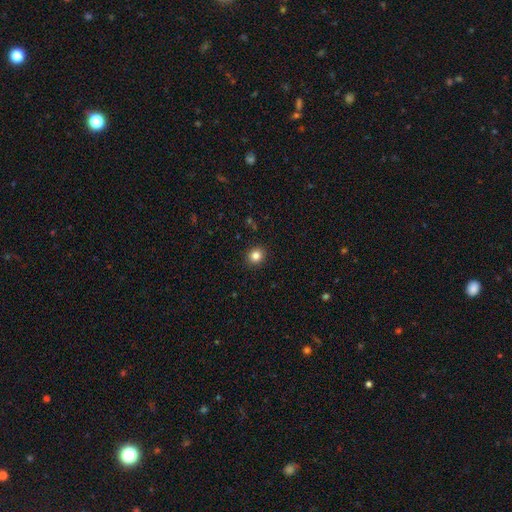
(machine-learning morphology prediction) Smooth or featured? Predicted: smooth (p=0.84). How rounded? Predicted: round (p=0.84). Merging? Predicted: none (p=0.91).